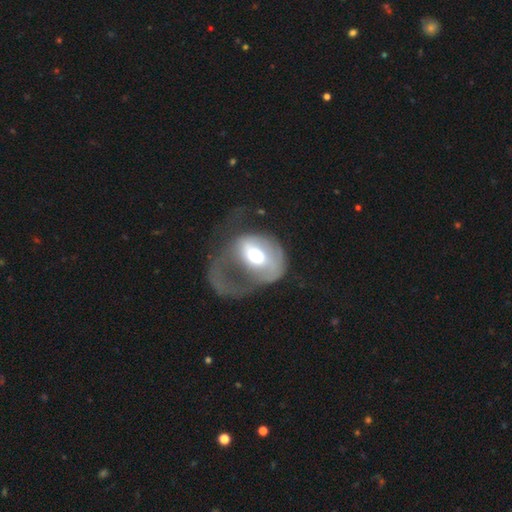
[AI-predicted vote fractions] Morphology: type=featured or disk (54%); edge-on=no (95%); bar=no (57%); spiral arms=no (53%); bulge=moderate (58%); merging=major disturbance (67%).